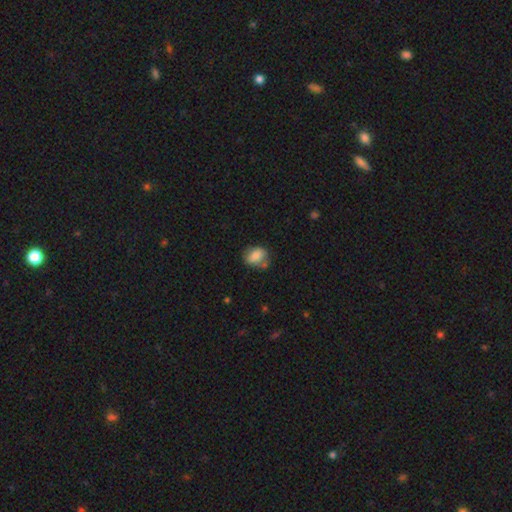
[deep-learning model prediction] Smooth or featured? smooth (78%)
How rounded? in between (66%)
Merging? none (57%)